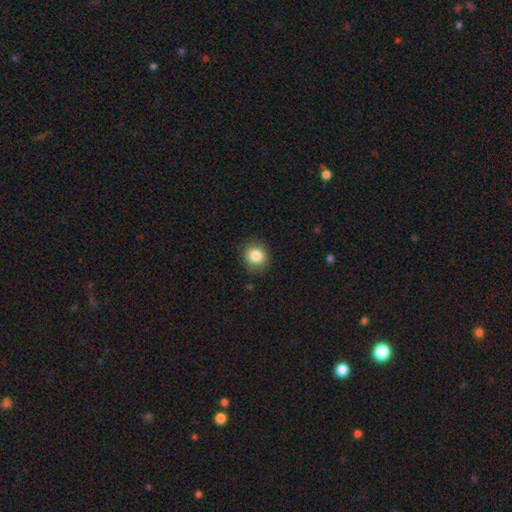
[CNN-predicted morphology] Q: Smooth or featured?
A: smooth (84%); runner-up: star or artifact (10%)
Q: How rounded?
A: round (80%); runner-up: in between (19%)
Q: Merging?
A: none (85%); runner-up: minor disturbance (11%)